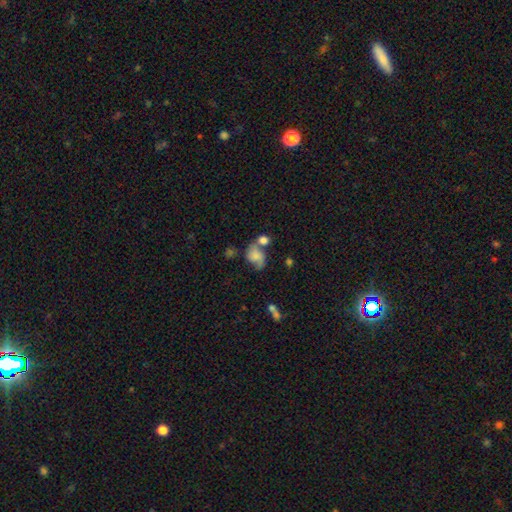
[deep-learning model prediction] The model was most divided on "merging": none: 32%, merger: 31%, minor disturbance: 21%, major disturbance: 16%. Remaining: smooth or featured — smooth (48%).